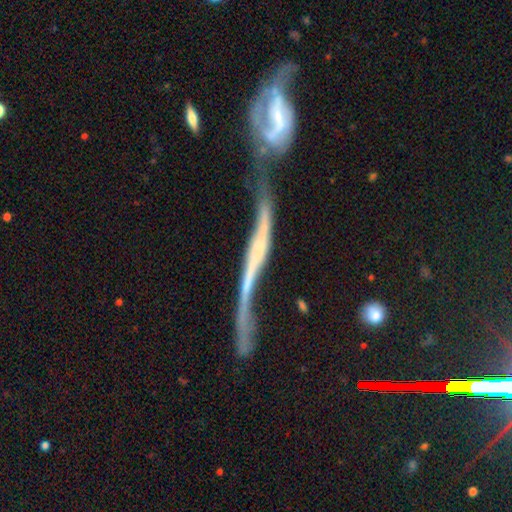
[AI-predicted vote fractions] A featured or disk galaxy (78%) viewed edge-on (52%). Merging: merger (54%).